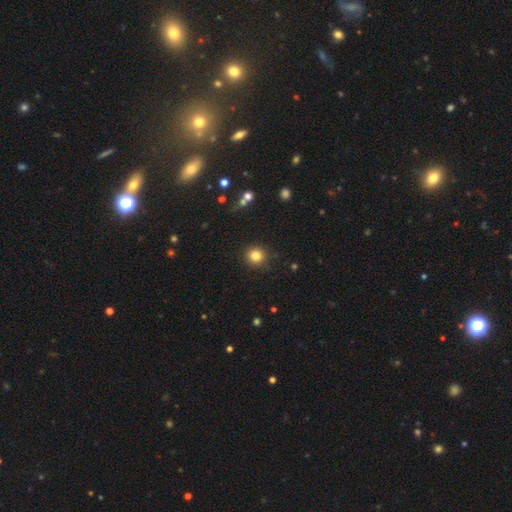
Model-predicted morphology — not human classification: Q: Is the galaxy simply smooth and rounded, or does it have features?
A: smooth — 83%.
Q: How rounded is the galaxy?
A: round — 92%.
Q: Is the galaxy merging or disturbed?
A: none — 90%.